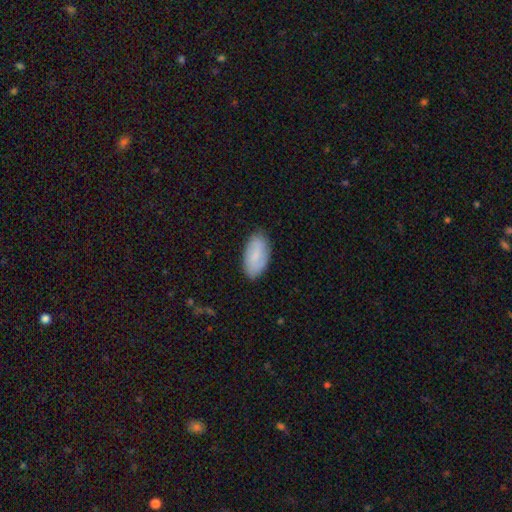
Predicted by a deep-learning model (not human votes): The model was most divided on "smooth or featured": smooth: 75%, featured or disk: 19%, star or artifact: 6%. More confident: how rounded — in between (94%); merging — none (83%).